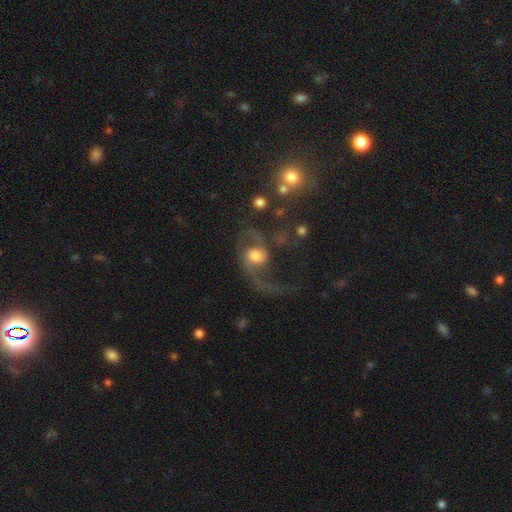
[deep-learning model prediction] Morphology: type=featured or disk (78%); edge-on=no (97%); bar=no (58%); spiral arms=yes (92%); winding=loose (70%); arm count=2 (81%); bulge=moderate (60%); merging=none (42%).